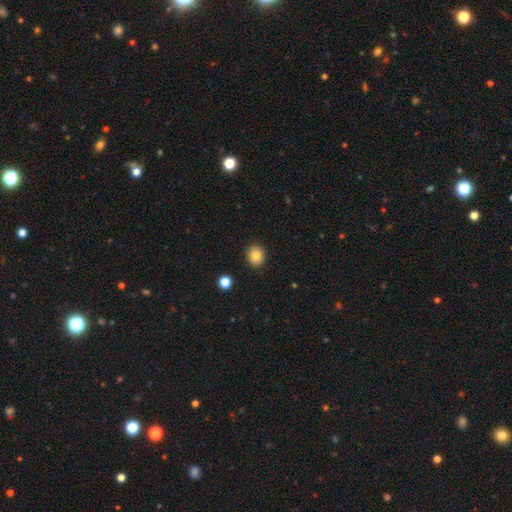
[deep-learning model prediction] Q: Smooth or featured?
A: smooth (83%); runner-up: star or artifact (10%)
Q: How rounded?
A: round (66%); runner-up: in between (33%)
Q: Merging?
A: none (90%); runner-up: minor disturbance (6%)